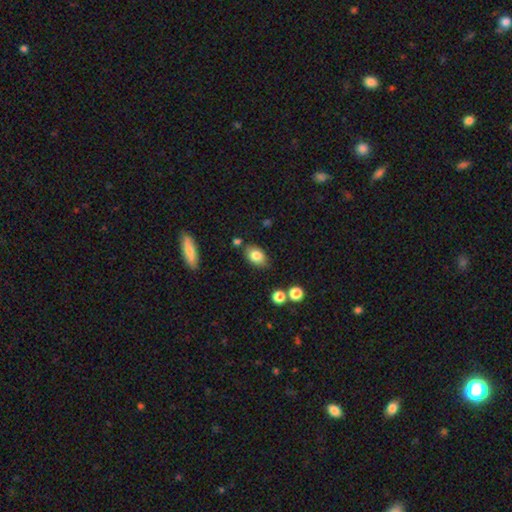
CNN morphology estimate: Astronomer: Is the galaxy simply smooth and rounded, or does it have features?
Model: smooth — 82%.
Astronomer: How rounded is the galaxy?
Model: in between — 85%.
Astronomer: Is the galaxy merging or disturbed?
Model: none — 77%.